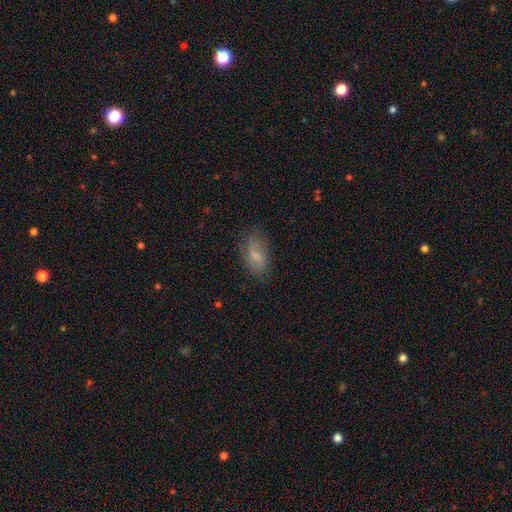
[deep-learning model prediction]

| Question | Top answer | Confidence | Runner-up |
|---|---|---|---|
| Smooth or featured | smooth | 62% | featured or disk (29%) |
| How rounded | in between | 89% | round (6%) |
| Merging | none | 69% | minor disturbance (22%) |